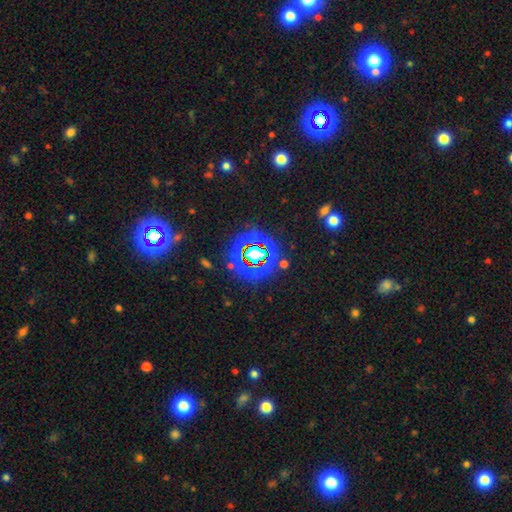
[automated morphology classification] Smooth or featured? star or artifact (79%)